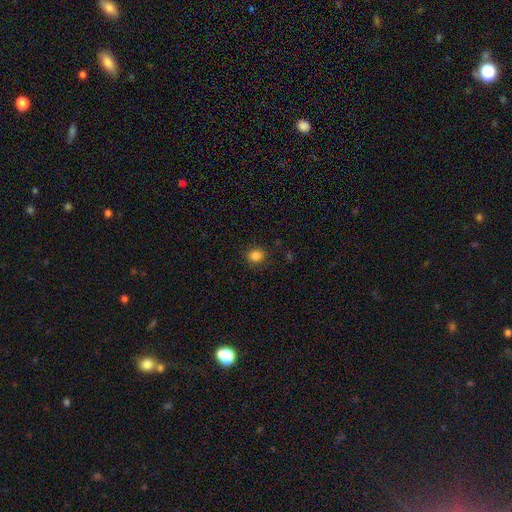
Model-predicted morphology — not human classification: Smooth or featured? smooth (84%)
How rounded? round (81%)
Merging? none (89%)